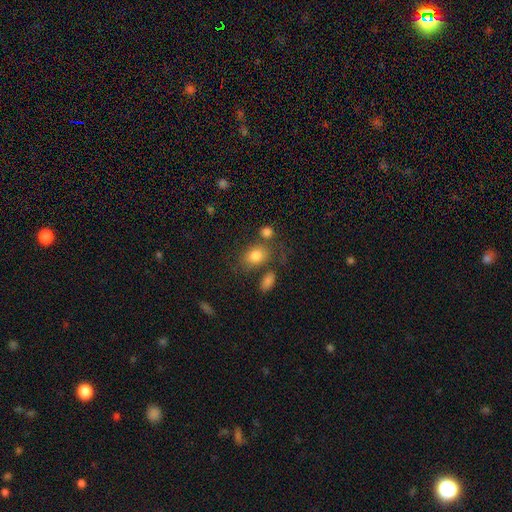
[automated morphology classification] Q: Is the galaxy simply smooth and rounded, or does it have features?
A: smooth — 80%.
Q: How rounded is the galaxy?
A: in between — 68%.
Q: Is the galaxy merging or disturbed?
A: none — 59%.